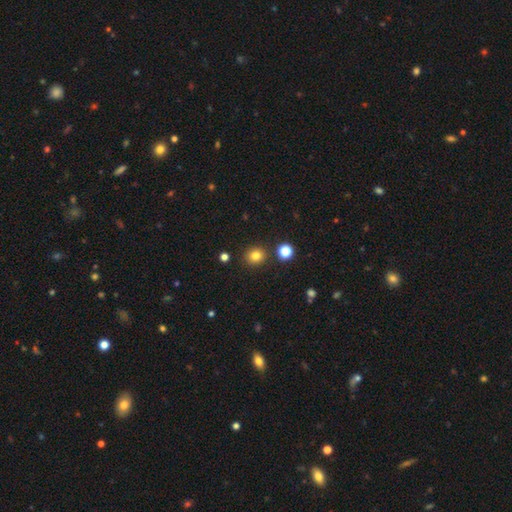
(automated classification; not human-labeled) smooth_or_featured: smooth (p=0.81) [alt: star or artifact p=0.13]
how_rounded: round (p=0.82) [alt: in between p=0.17]
merging: none (p=0.87) [alt: minor disturbance p=0.07]